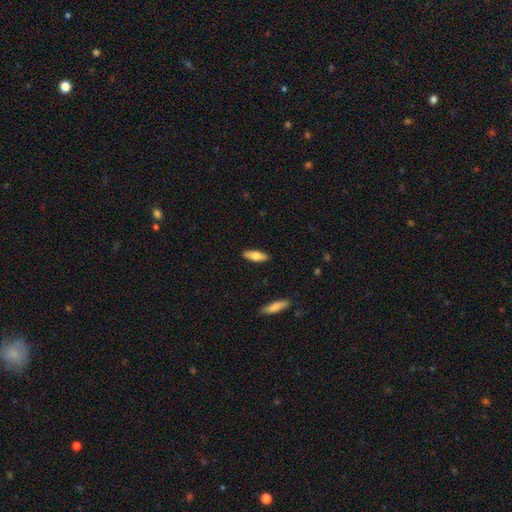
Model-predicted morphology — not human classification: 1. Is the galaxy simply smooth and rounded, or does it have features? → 70% smooth, 25% featured or disk, 6% star or artifact.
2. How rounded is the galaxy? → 58% in between, 40% cigar-shaped, 2% round.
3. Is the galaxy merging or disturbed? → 90% none, 8% minor disturbance, 2% major disturbance, 1% merger.